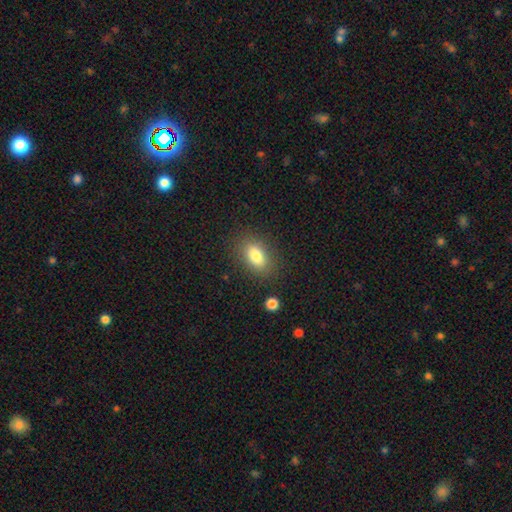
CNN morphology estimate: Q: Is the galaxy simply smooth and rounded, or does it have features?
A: smooth — 81%.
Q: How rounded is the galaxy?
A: in between — 87%.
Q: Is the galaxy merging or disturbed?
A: none — 85%.